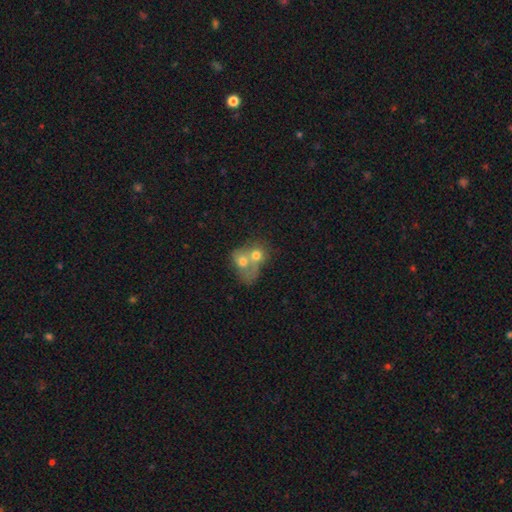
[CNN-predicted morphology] This appears to be a smooth galaxy with no disk features (63%) that is round (60%). Merging: merger (79%).